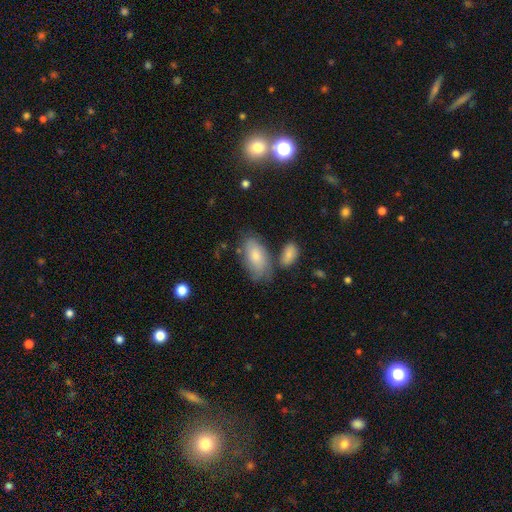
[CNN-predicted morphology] A smooth galaxy with no disk features (66%) that is in between round and cigar-shaped (91%). Merging: none (66%).